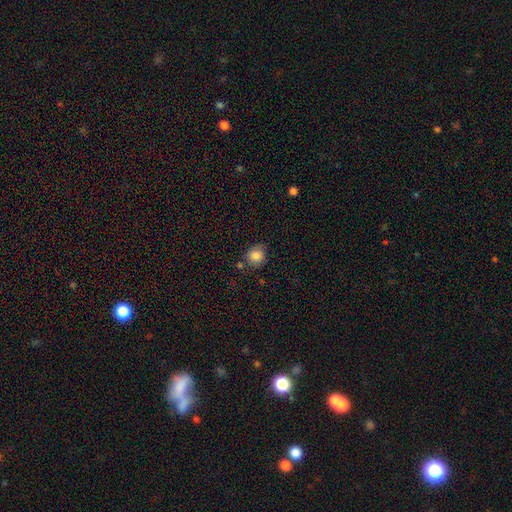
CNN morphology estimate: The model was most divided on "merging": none: 71%, minor disturbance: 18%, merger: 7%, major disturbance: 4%. More confident: smooth or featured — smooth (84%); how rounded — round (81%).